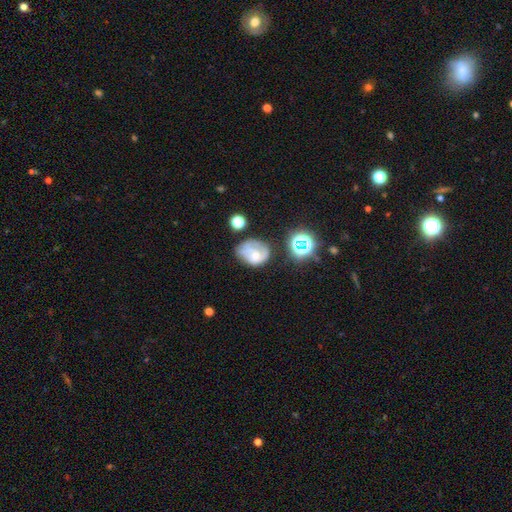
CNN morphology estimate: Overall: featured or disk (42%; smooth 40%). Merging: none (42%; minor disturbance 31%).